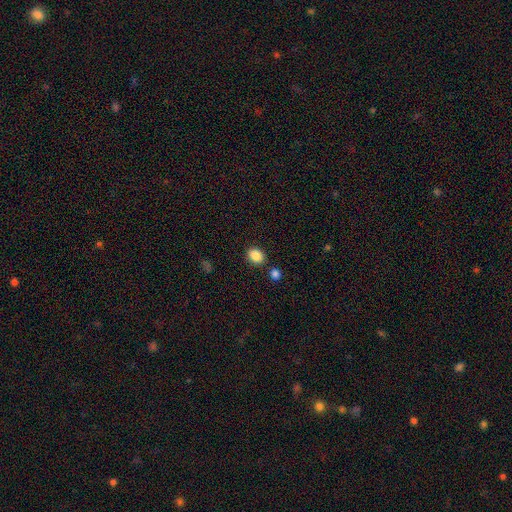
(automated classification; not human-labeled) Morphology: type=smooth (87%); roundness=in between (64%); merging=none (80%).